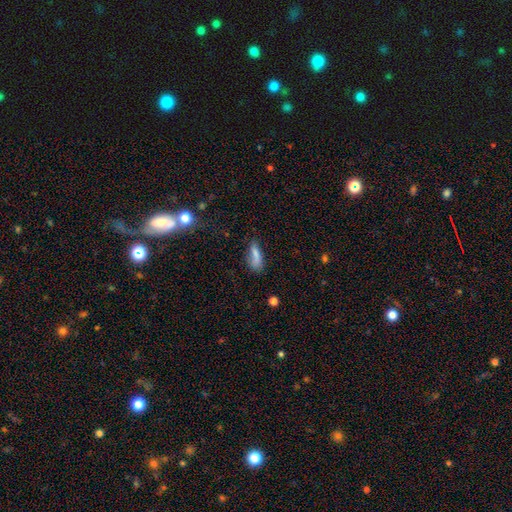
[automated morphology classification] Smooth or featured? smooth (77%)
How rounded? in between (59%)
Merging? none (51%)